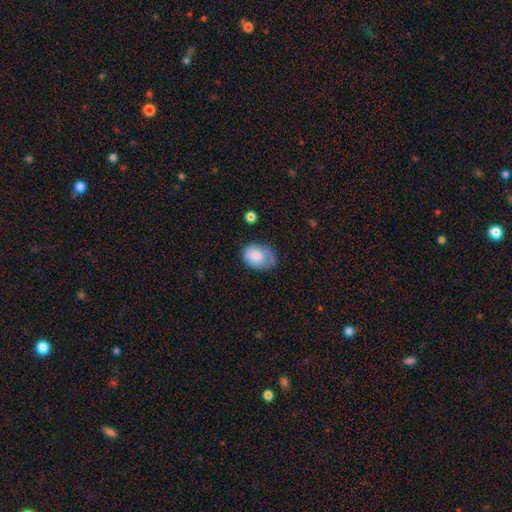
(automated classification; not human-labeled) smooth 73%, featured or disk 20%, star or artifact 7%. Down the decision tree: how rounded — in between (72%); merging — none (48%).